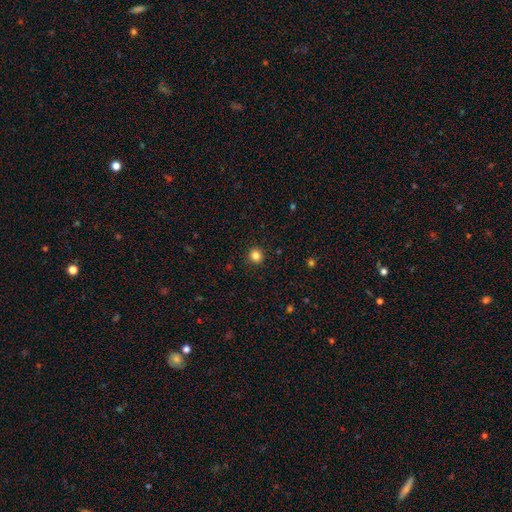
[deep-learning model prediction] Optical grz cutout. It shows a smooth galaxy with no disk features (83%) that is round (93%). Merging: none (92%).